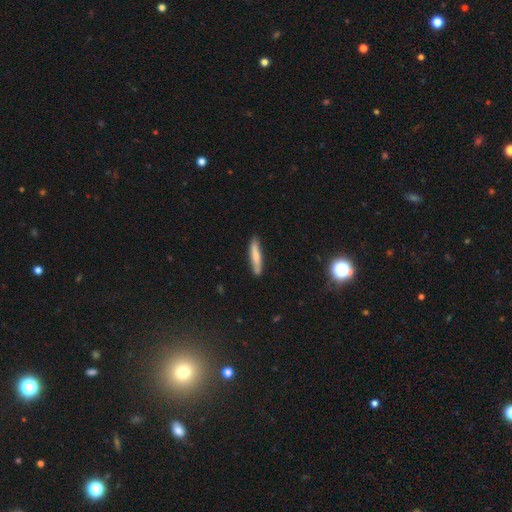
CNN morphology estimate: This appears to be a smooth galaxy with no disk features (72%) that is cigar-shaped (89%). Merging: none (84%).